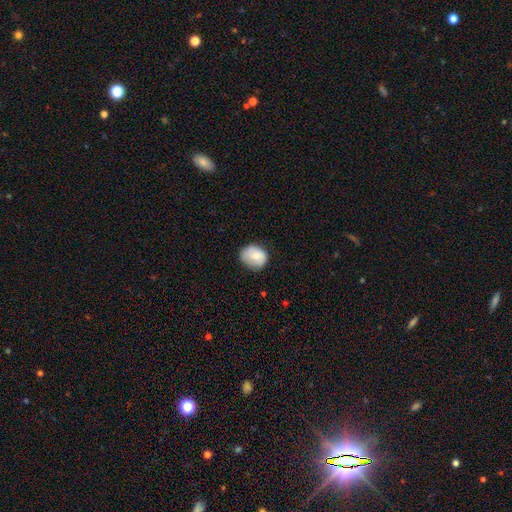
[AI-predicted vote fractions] Morphology: type=smooth (73%); roundness=round (56%); merging=none (65%).